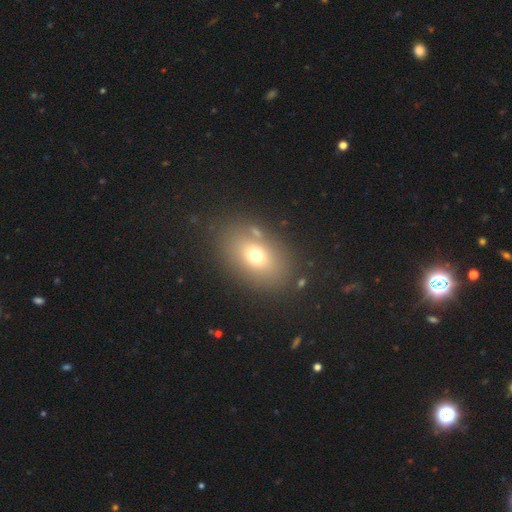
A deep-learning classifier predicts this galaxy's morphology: smooth-or-featured: smooth: 68% | featured or disk: 18% | star or artifact: 15%
  how-rounded: in between: 76% | round: 22% | cigar-shaped: 2%
  merging: none: 79% | minor disturbance: 11% | merger: 5% | major disturbance: 5%